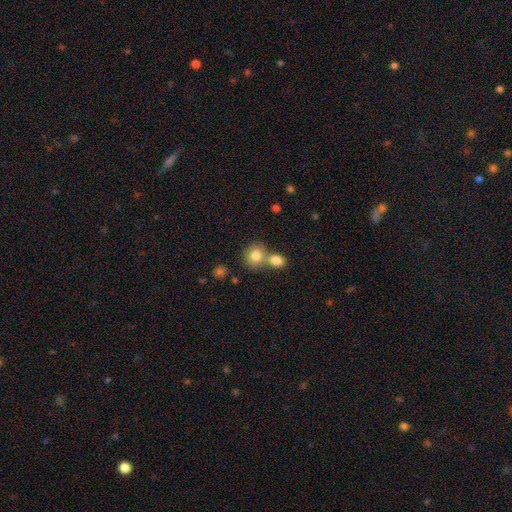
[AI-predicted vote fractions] A smooth galaxy with no disk features (81%) that is round (70%).

Vote fractions:
- Smooth or featured? smooth: 81% / star or artifact: 10% / featured or disk: 9%
- How rounded? round: 70% / in between: 29% / cigar-shaped: 1%
- Merging? none: 47% / merger: 42% / minor disturbance: 8% / major disturbance: 3%